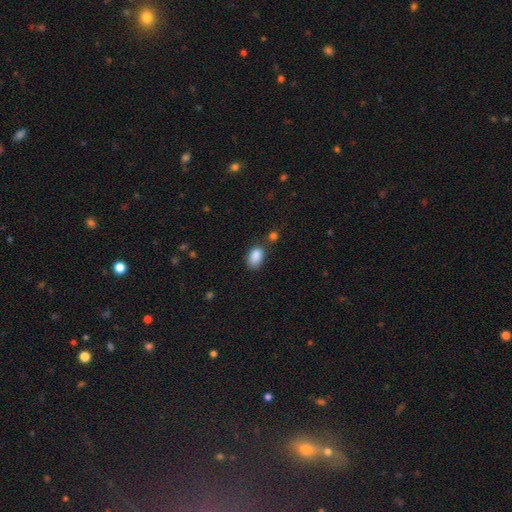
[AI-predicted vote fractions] Q: Smooth or featured?
A: smooth (88%); runner-up: star or artifact (8%)
Q: How rounded?
A: in between (89%); runner-up: round (9%)
Q: Merging?
A: none (67%); runner-up: minor disturbance (19%)